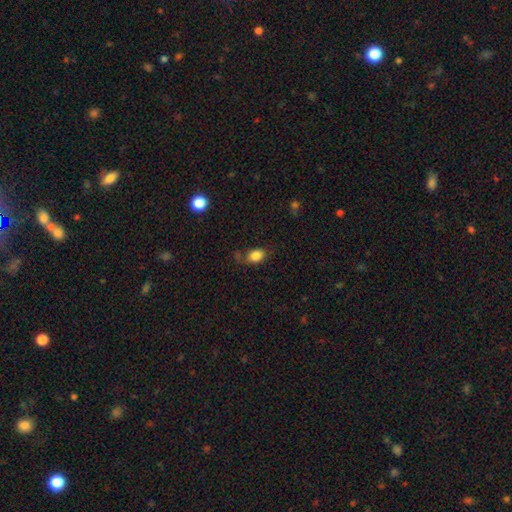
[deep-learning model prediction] Smooth or featured? Predicted: smooth (p=0.84). How rounded? Predicted: in between (p=0.77). Merging? Predicted: none (p=0.63).